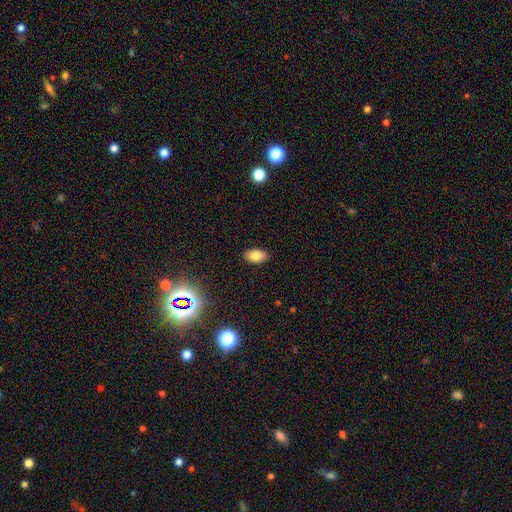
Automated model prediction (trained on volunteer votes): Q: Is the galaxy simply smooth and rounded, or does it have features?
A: smooth — 81%.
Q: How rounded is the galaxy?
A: in between — 92%.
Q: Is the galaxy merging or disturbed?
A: none — 89%.